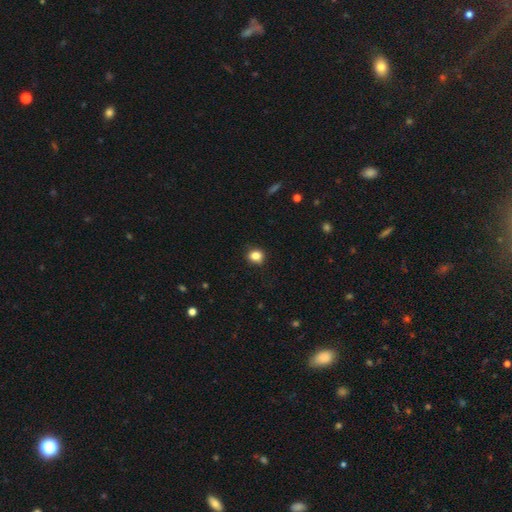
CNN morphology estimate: The model was most divided on "how rounded": round: 74%, in between: 25%, cigar-shaped: 1%. More confident: merging — none (86%); smooth or featured — smooth (84%).